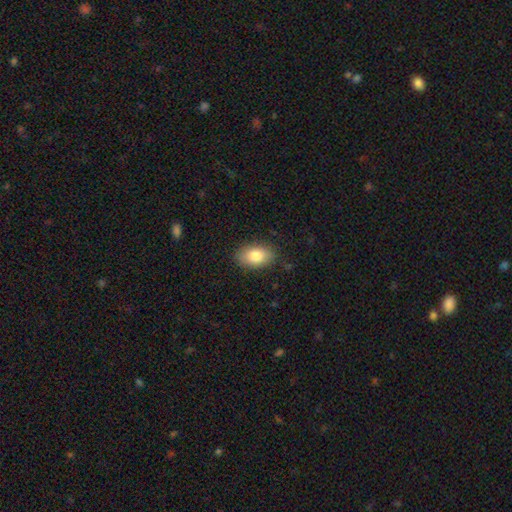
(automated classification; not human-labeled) Morphology: type=smooth (83%); roundness=in between (89%); merging=none (86%).